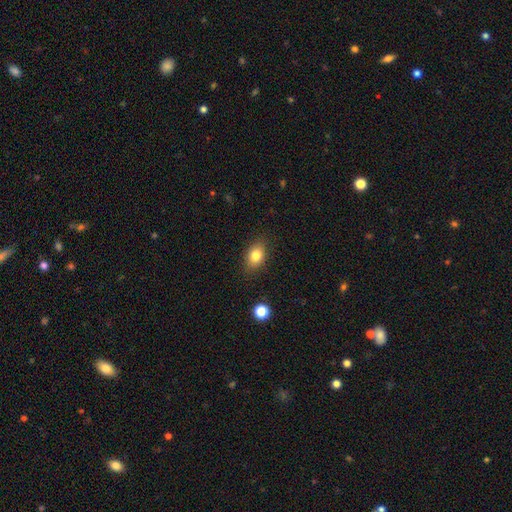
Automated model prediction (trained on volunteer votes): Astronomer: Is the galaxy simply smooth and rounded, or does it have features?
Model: smooth — 81%.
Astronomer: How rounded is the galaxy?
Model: in between — 77%.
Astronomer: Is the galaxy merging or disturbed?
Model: none — 85%.